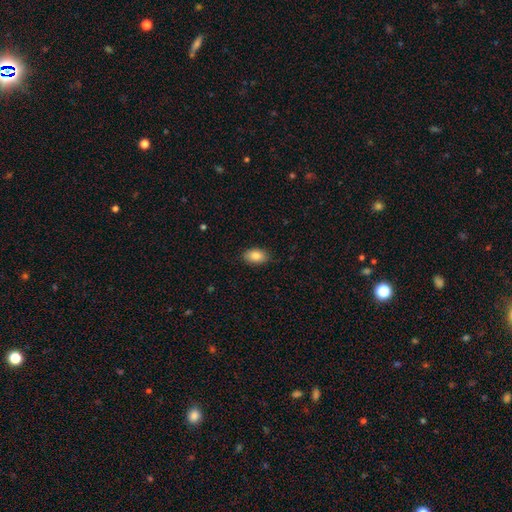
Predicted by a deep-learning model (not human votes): smooth 85%, star or artifact 7%, featured or disk 7%. Down the decision tree: how rounded — in between (90%); merging — none (86%).